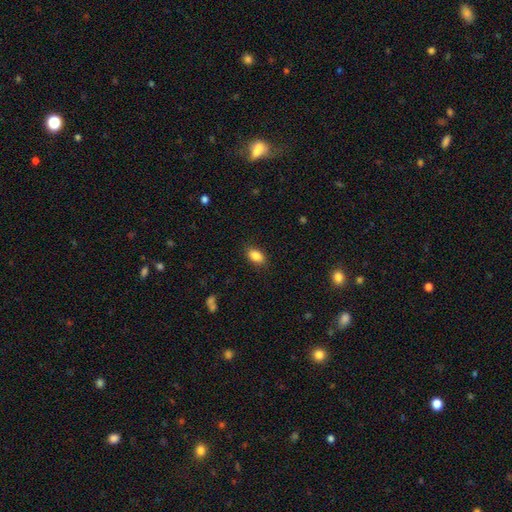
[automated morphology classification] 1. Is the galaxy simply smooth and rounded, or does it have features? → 87% smooth, 8% star or artifact, 5% featured or disk.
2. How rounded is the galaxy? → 89% in between, 8% round, 3% cigar-shaped.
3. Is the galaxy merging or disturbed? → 87% none, 10% minor disturbance, 3% major disturbance, 1% merger.